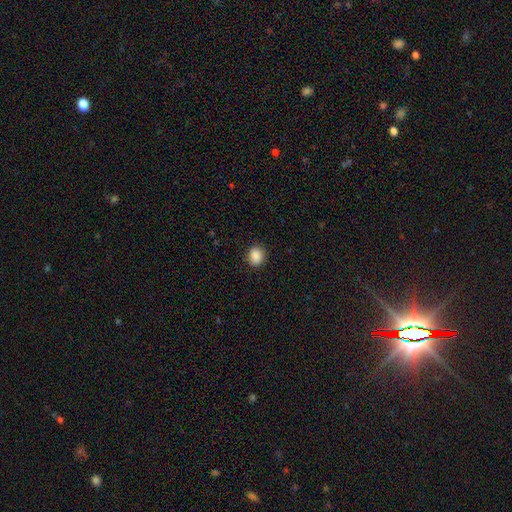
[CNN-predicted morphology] Smooth or featured? smooth (88%)
How rounded? round (62%)
Merging? none (88%)